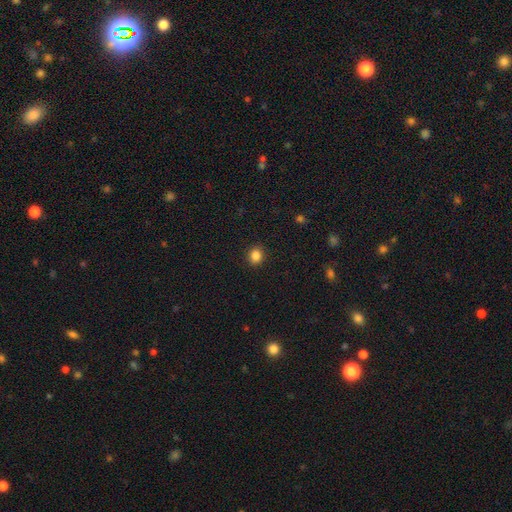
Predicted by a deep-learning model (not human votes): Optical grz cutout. It shows a smooth galaxy with no disk features (86%) that is round (67%). Merging: none (91%).